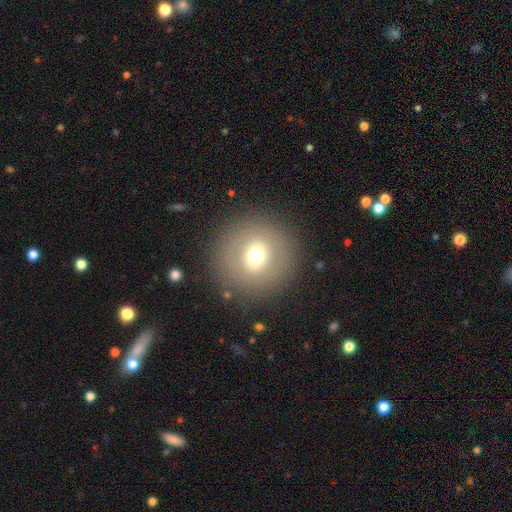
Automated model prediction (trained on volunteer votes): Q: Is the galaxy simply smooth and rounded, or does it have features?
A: smooth — 61%.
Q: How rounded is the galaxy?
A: round — 95%.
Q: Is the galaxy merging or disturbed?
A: none — 87%.